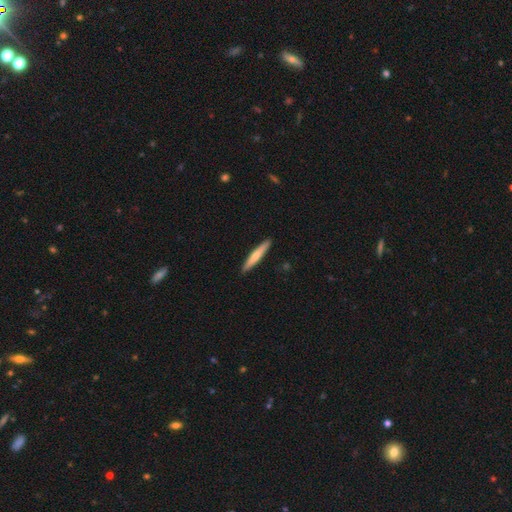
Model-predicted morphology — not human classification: Q: Smooth or featured?
A: smooth (63%); runner-up: featured or disk (32%)
Q: How rounded?
A: cigar-shaped (94%); runner-up: in between (5%)
Q: Merging?
A: none (92%); runner-up: minor disturbance (6%)